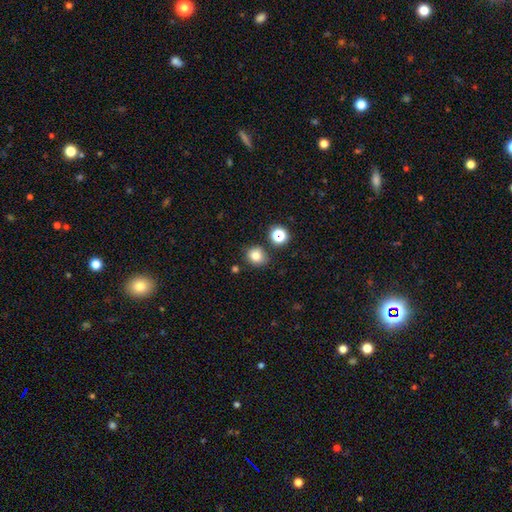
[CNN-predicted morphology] smooth 79%, star or artifact 14%, featured or disk 6%. Down the decision tree: how rounded — round (77%); merging — none (80%).